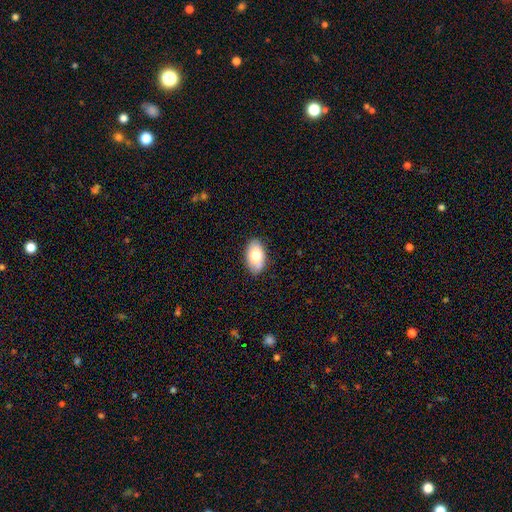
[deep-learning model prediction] A smooth galaxy with no disk features (77%) that is in between round and cigar-shaped (93%).

Vote fractions:
- Smooth or featured? smooth: 77% / featured or disk: 16% / star or artifact: 7%
- How rounded? in between: 93% / round: 5% / cigar-shaped: 2%
- Merging? none: 83% / minor disturbance: 14% / major disturbance: 3% / merger: 1%